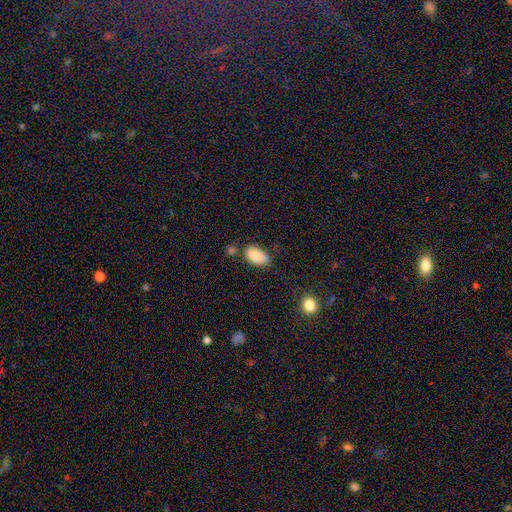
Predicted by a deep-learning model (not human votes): A smooth galaxy with no disk features (86%) that is in between round and cigar-shaped (94%). Merging: none (64%).